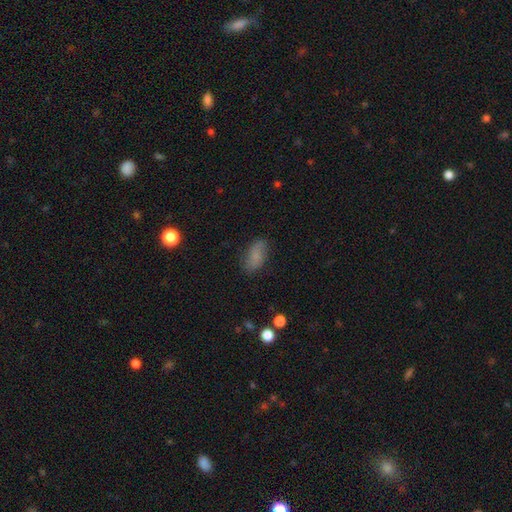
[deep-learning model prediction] Smooth or featured: smooth — 74% (featured or disk — 16%)
How rounded: in between — 89% (cigar-shaped — 7%)
Merging: none — 76% (minor disturbance — 18%)